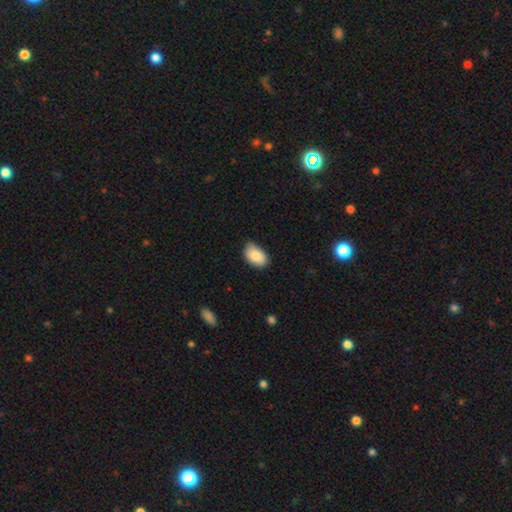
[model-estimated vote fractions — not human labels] A smooth galaxy with no disk features (86%) that is in between round and cigar-shaped (92%).

Vote fractions:
- Smooth or featured? smooth: 86% / featured or disk: 7% / star or artifact: 7%
- How rounded? in between: 92% / round: 7% / cigar-shaped: 1%
- Merging? none: 76% / minor disturbance: 21% / major disturbance: 3% / merger: 1%